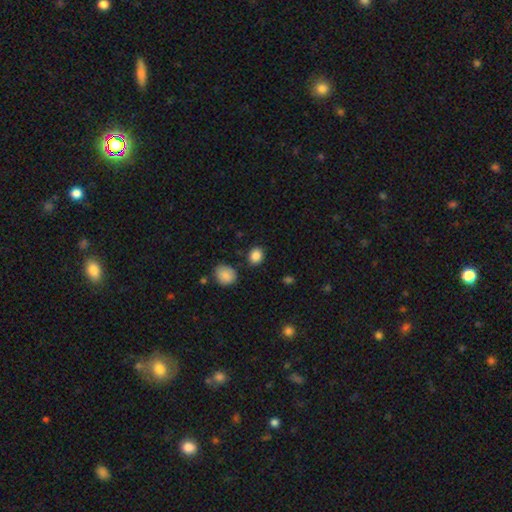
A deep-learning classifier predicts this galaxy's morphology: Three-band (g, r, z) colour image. It shows a smooth galaxy with no disk features (87%) that is round (57%). Merging: none (83%).